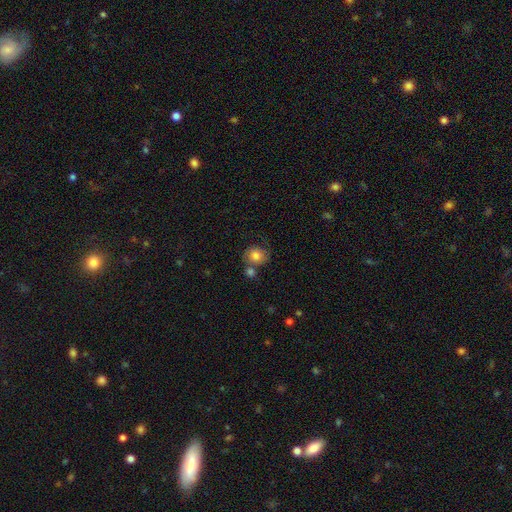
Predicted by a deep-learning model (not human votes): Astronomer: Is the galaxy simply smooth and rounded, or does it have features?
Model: smooth — 63%.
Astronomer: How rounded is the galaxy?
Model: round — 76%.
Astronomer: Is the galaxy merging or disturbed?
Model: none — 55%.